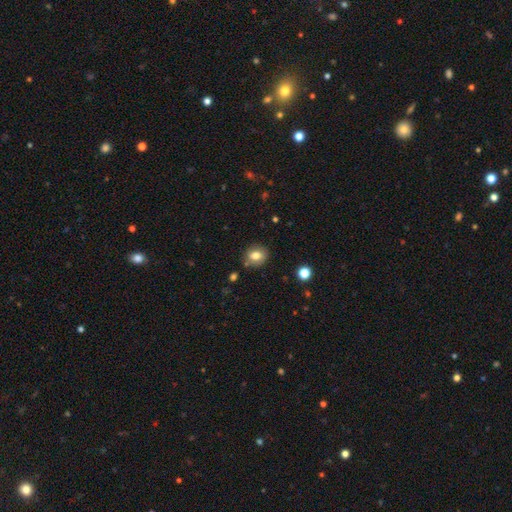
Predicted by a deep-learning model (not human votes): Q: Smooth or featured?
A: smooth (76%); runner-up: featured or disk (13%)
Q: How rounded?
A: round (67%); runner-up: in between (32%)
Q: Merging?
A: none (81%); runner-up: minor disturbance (11%)